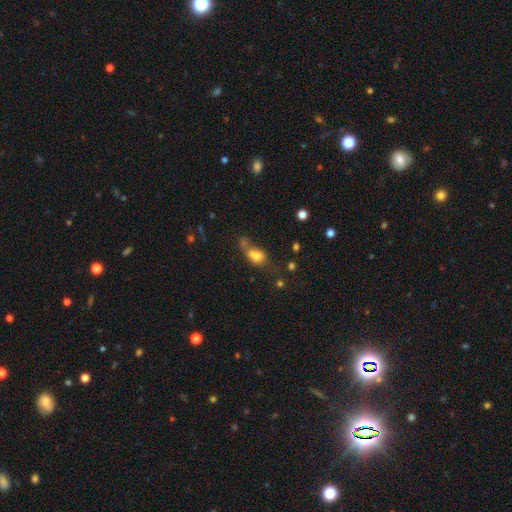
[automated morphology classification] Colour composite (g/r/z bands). It shows a smooth galaxy with no disk features (73%) that is in between round and cigar-shaped (69%). Merging: merger (41%).